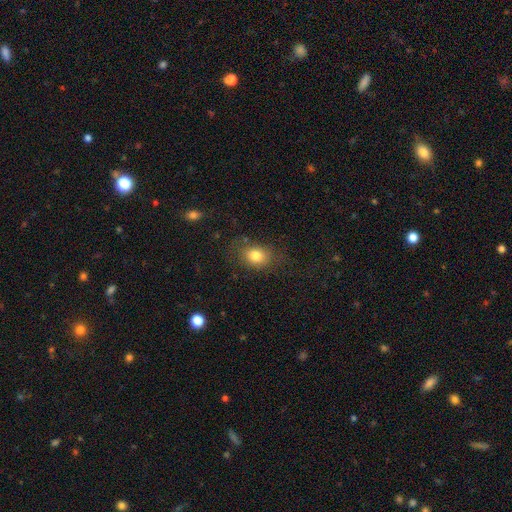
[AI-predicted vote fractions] A smooth galaxy with no disk features (79%) that is in between round and cigar-shaped (62%).

Vote fractions:
- Smooth or featured? smooth: 79% / star or artifact: 11% / featured or disk: 10%
- How rounded? in between: 62% / round: 36% / cigar-shaped: 1%
- Merging? none: 72% / minor disturbance: 18% / major disturbance: 8% / merger: 2%